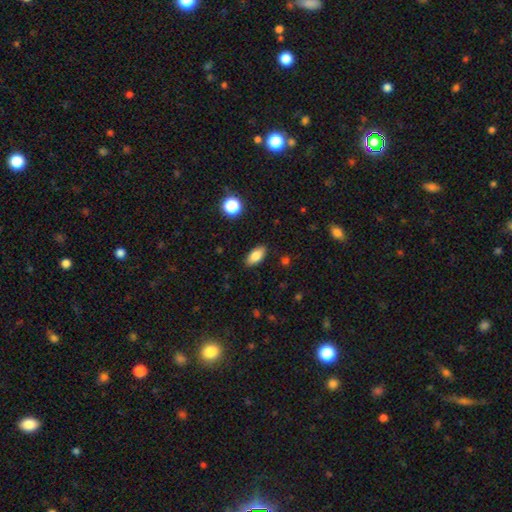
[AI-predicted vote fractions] This appears to be a smooth galaxy with no disk features (83%) that is in between round and cigar-shaped (89%). Merging: none (87%).